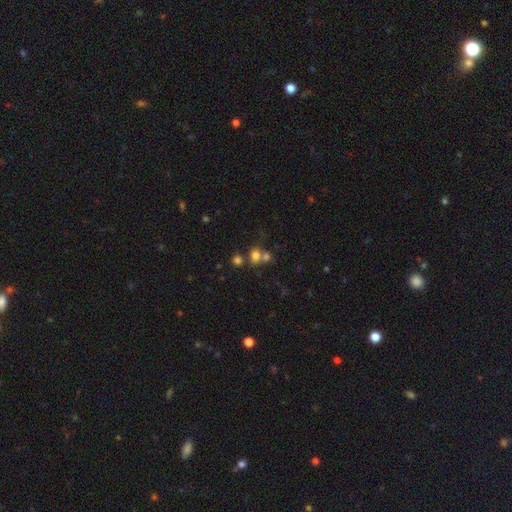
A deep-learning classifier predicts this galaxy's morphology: A smooth galaxy with no disk features (71%) that is round (68%). Merging: merger (44%).